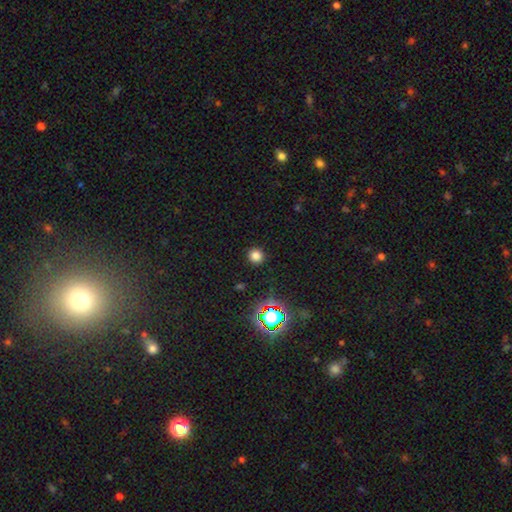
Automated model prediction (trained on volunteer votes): smooth 77%, star or artifact 18%, featured or disk 4%. Down the decision tree: how rounded — round (92%); merging — none (91%).